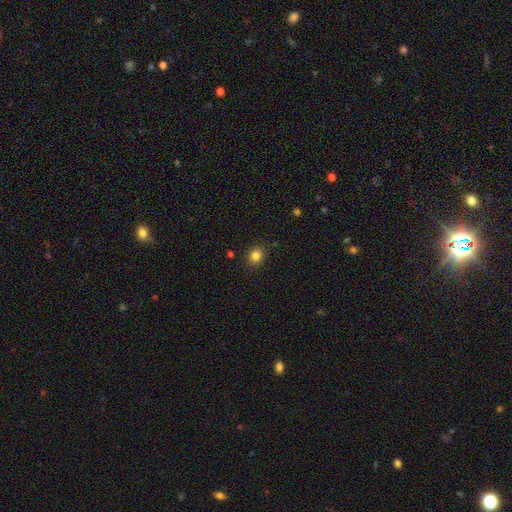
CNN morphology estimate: Q: Smooth or featured?
A: smooth (83%); runner-up: star or artifact (12%)
Q: How rounded?
A: round (76%); runner-up: in between (23%)
Q: Merging?
A: none (86%); runner-up: minor disturbance (10%)